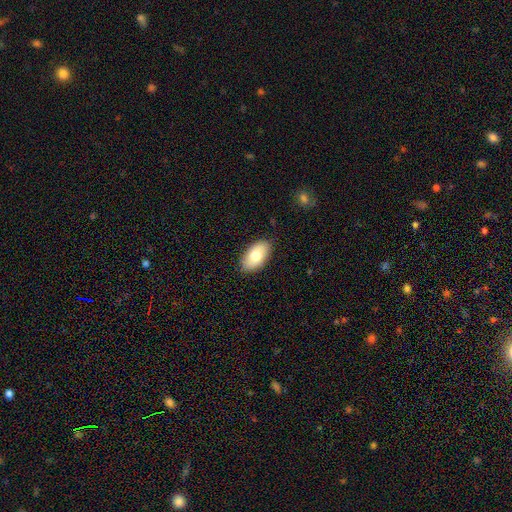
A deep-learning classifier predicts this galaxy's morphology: Smooth or featured? smooth (76%)
How rounded? in between (94%)
Merging? none (86%)